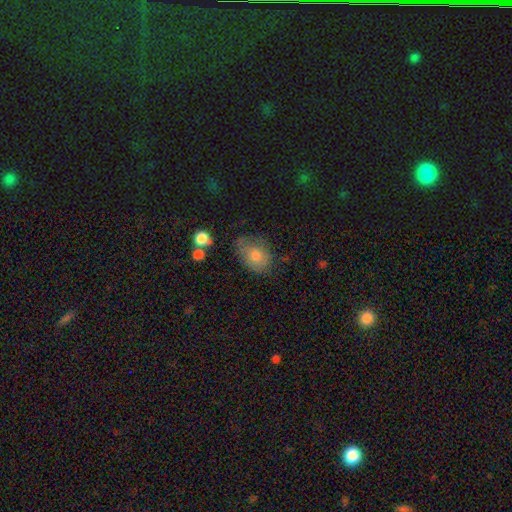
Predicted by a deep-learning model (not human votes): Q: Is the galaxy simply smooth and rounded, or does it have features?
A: smooth — 71%.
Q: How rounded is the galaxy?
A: in between — 72%.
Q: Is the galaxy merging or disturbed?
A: none — 54%.